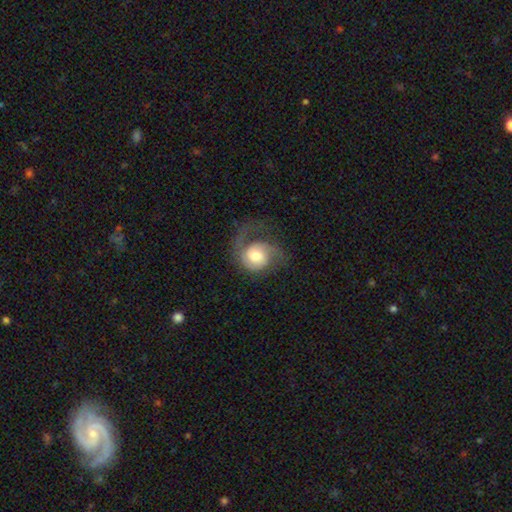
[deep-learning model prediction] The model was most divided on "spiral winding": medium: 42%, loose: 35%, tight: 23%. Remaining: edge-on disk — no (97%); spiral arms — yes (91%); bar — no (70%); smooth or featured — featured or disk (65%); bulge size — moderate (63%); spiral arm count — 2 (53%); merging — none (45%).